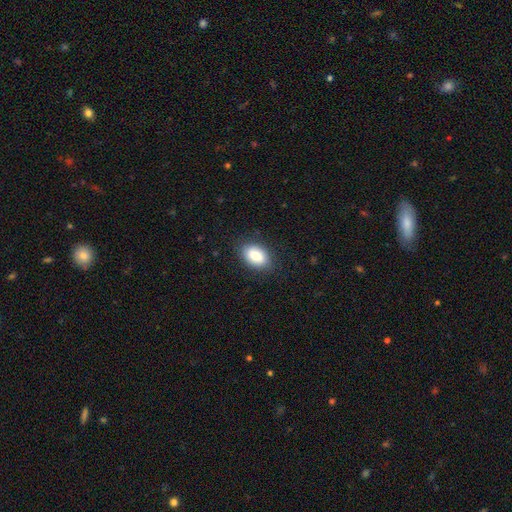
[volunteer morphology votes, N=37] smooth_or_featured: smooth (p=0.78) [alt: featured or disk p=0.14]
how_rounded: in between (p=0.86) [alt: round p=0.10]
merging: none (p=0.74) [alt: minor disturbance p=0.24]